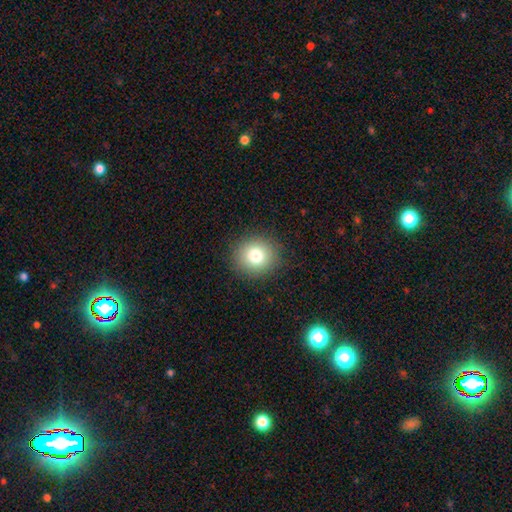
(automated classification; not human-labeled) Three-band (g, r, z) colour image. It shows a smooth galaxy with no disk features (79%) that is round (88%). Merging: none (90%).